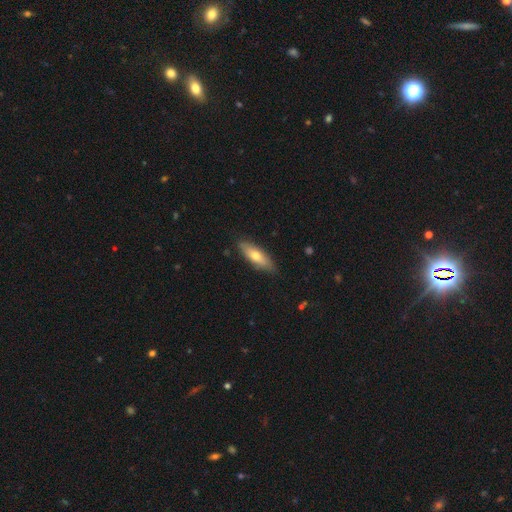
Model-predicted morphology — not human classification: type=smooth (63%); roundness=in between (49%, tied with cigar-shaped); merging=none (86%).